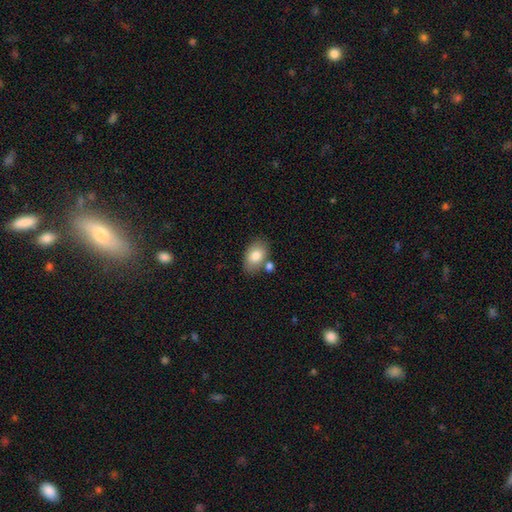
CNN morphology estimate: Smooth or featured: smooth — 81% (featured or disk — 12%)
How rounded: in between — 88% (round — 11%)
Merging: none — 69% (minor disturbance — 14%)